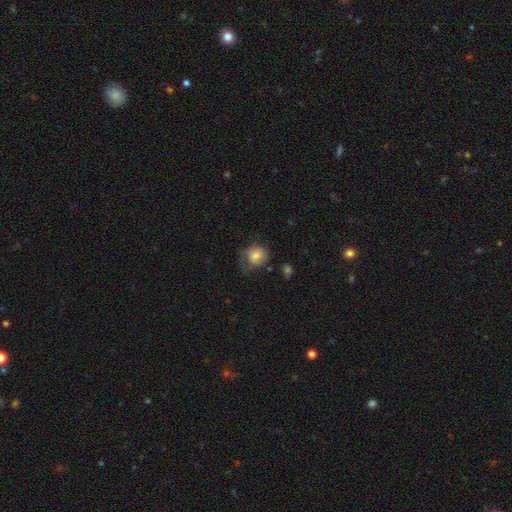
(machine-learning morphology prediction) Smooth or featured?
  - smooth: 77% *
  - featured or disk: 14%
  - star or artifact: 9%
How rounded?
  - round: 69% *
  - in between: 30%
  - cigar-shaped: 1%
Merging?
  - none: 43% *
  - minor disturbance: 31%
  - major disturbance: 24%
  - merger: 3%